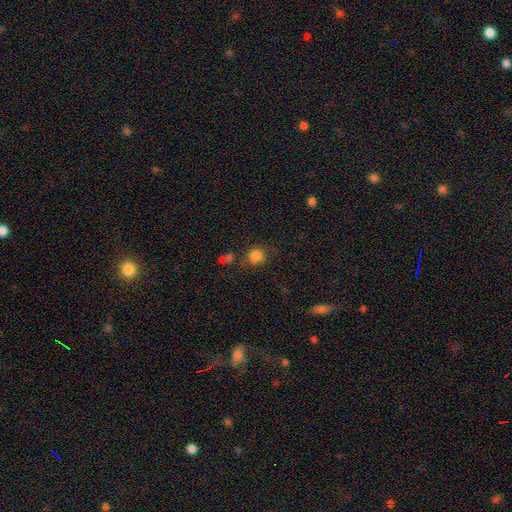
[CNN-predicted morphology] This is clearly a smooth galaxy (81%). How rounded: clearly round (81%). Merging: likely none (62%).